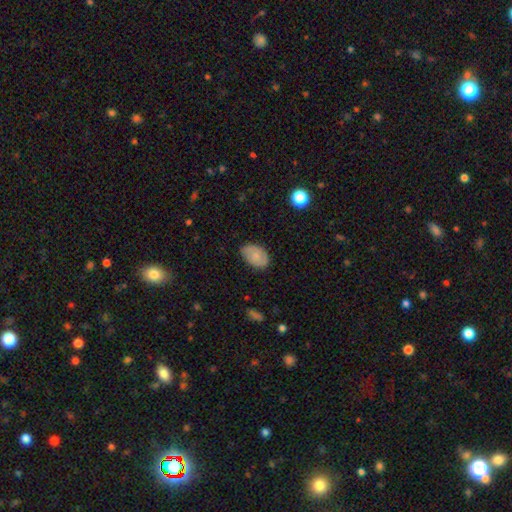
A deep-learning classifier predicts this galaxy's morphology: Q: Smooth or featured?
A: smooth (74%); runner-up: featured or disk (19%)
Q: How rounded?
A: in between (88%); runner-up: round (11%)
Q: Merging?
A: none (79%); runner-up: minor disturbance (16%)